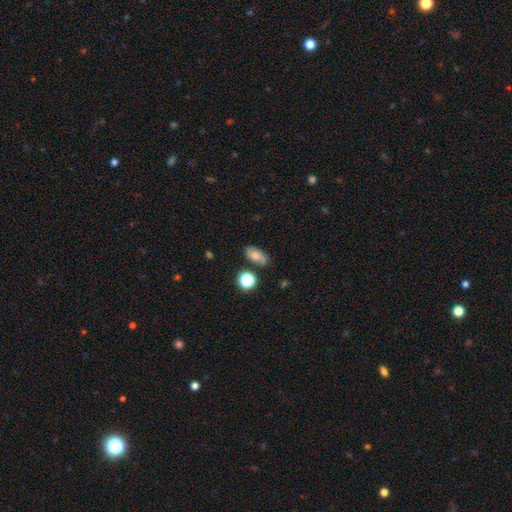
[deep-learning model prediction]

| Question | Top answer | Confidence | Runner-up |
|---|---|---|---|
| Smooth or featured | smooth | 62% | featured or disk (26%) |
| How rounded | in between | 82% | round (13%) |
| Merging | none | 72% | minor disturbance (17%) |